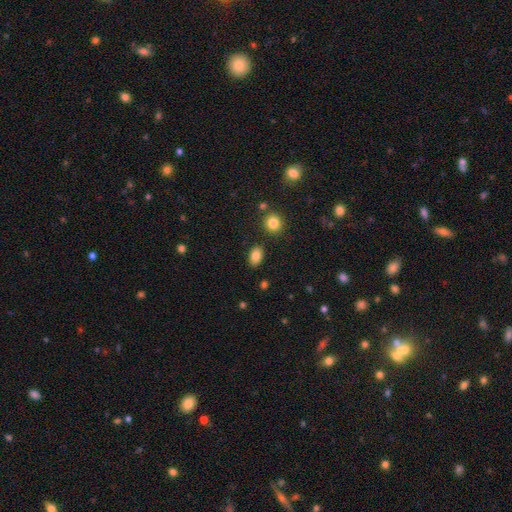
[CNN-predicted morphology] Smooth or featured? smooth (84%)
How rounded? in between (84%)
Merging? none (85%)